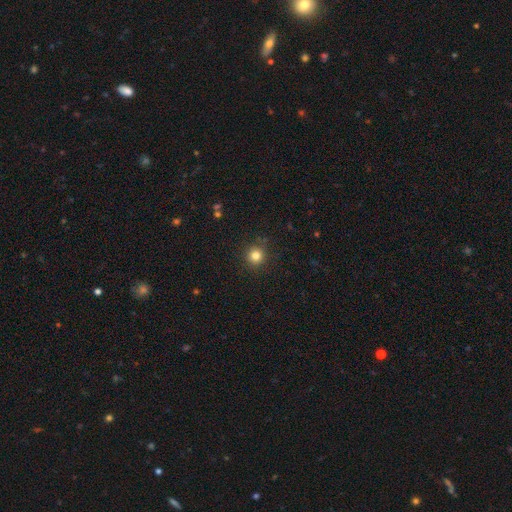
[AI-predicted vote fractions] Smooth or featured: smooth — 81% (star or artifact — 13%)
How rounded: round — 94% (in between — 5%)
Merging: none — 88% (minor disturbance — 8%)